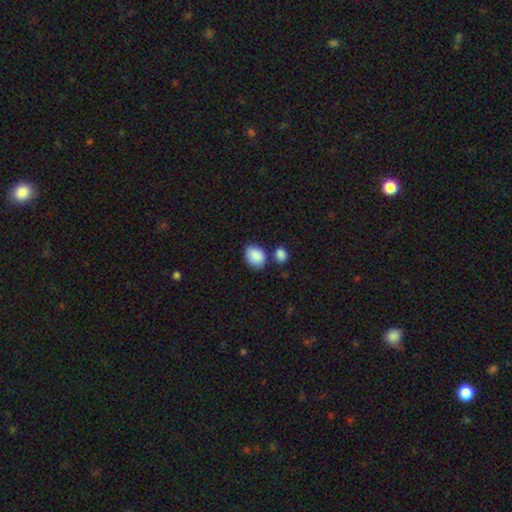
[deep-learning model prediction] Q: Smooth or featured?
A: smooth (89%); runner-up: star or artifact (7%)
Q: How rounded?
A: in between (76%); runner-up: round (23%)
Q: Merging?
A: none (67%); runner-up: merger (15%)